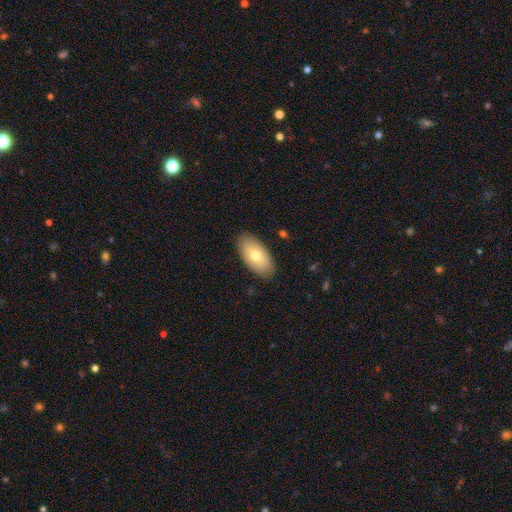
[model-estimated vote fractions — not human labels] smooth_or_featured: smooth (p=0.71) [alt: featured or disk p=0.23]
how_rounded: in between (p=0.94) [alt: round p=0.03]
merging: none (p=0.86) [alt: minor disturbance p=0.10]